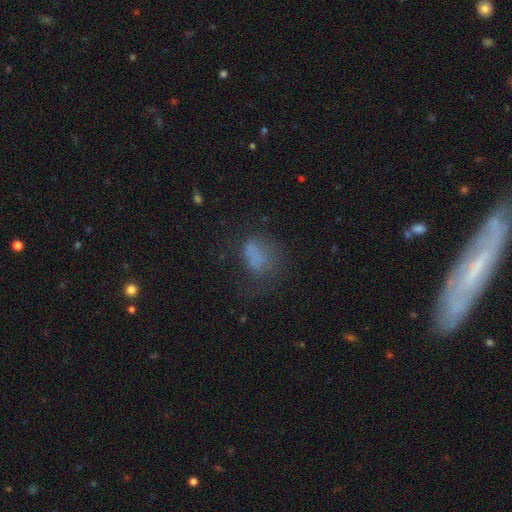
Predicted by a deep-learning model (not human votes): A smooth galaxy with no disk features (62%) that is in between round and cigar-shaped (73%).

Vote fractions:
- Smooth or featured? smooth: 62% / featured or disk: 21% / star or artifact: 18%
- How rounded? in between: 73% / round: 24% / cigar-shaped: 3%
- Merging? none: 38% / major disturbance: 36% / minor disturbance: 23% / merger: 4%